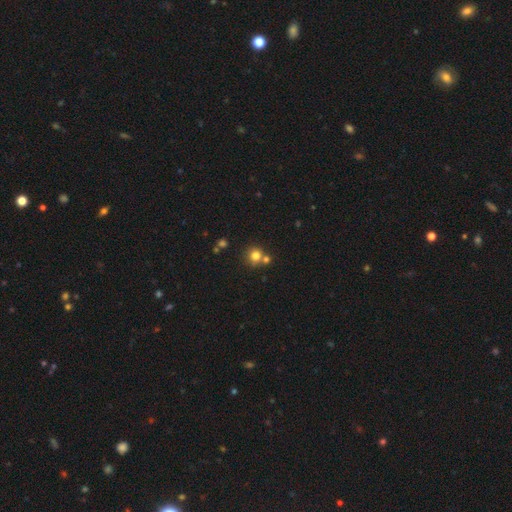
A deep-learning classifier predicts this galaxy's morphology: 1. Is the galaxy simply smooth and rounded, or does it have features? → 78% smooth, 13% star or artifact, 8% featured or disk.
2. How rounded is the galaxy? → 89% round, 10% in between, 1% cigar-shaped.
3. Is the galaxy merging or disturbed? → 60% none, 29% merger, 8% minor disturbance, 3% major disturbance.